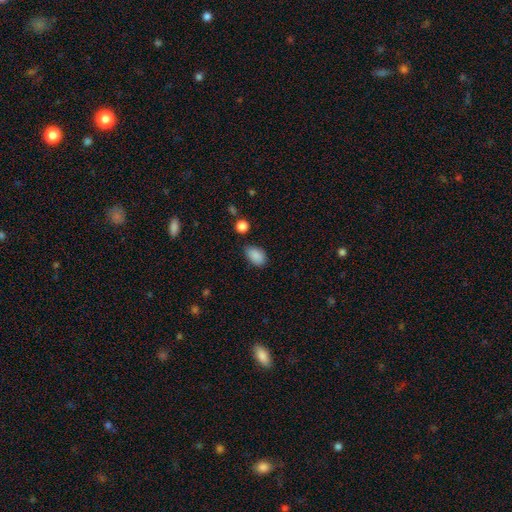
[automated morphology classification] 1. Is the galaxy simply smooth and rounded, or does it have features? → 88% smooth, 8% star or artifact, 4% featured or disk.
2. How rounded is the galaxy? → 85% in between, 14% round, 1% cigar-shaped.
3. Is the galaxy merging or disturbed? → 70% none, 23% minor disturbance, 4% major disturbance, 3% merger.